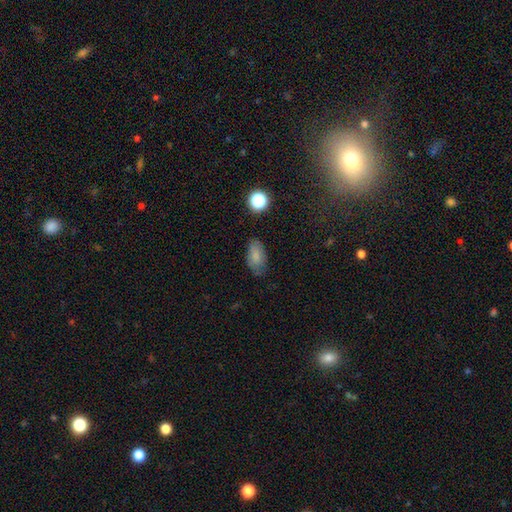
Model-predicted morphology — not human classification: type=smooth (80%); roundness=in between (91%); merging=none (72%).